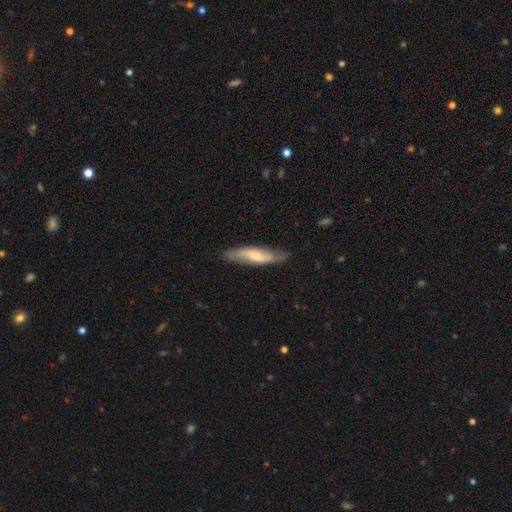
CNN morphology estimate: Overall: featured or disk (49%; smooth 45%). Merging: none (79%).